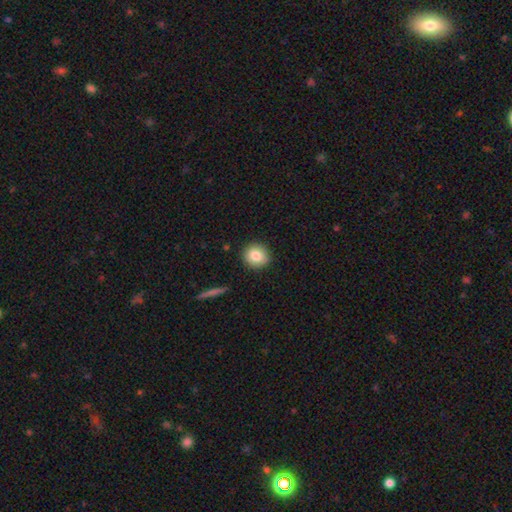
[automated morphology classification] Smooth or featured?
  - smooth: 82% *
  - featured or disk: 9%
  - star or artifact: 9%
How rounded?
  - round: 89% *
  - in between: 10%
  - cigar-shaped: 1%
Merging?
  - none: 90% *
  - minor disturbance: 7%
  - major disturbance: 2%
  - merger: 1%